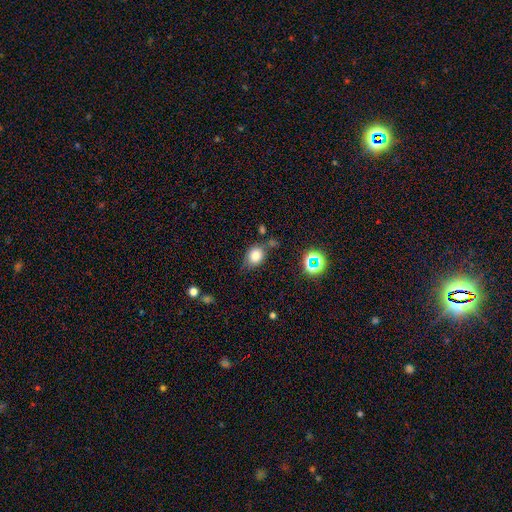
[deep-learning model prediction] Smooth or featured: smooth — 80% (star or artifact — 12%)
How rounded: round — 60% (in between — 39%)
Merging: none — 66% (minor disturbance — 21%)